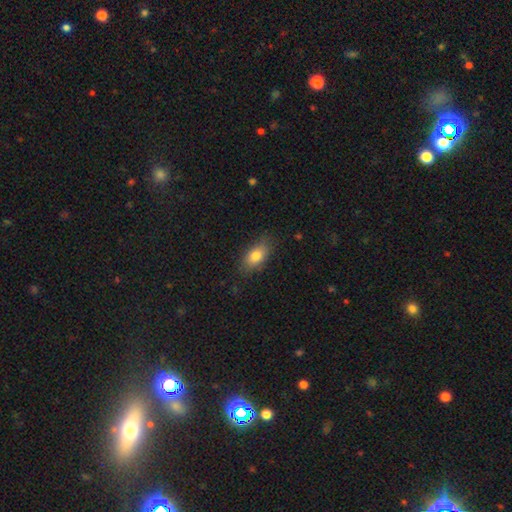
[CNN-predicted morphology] The model was most divided on "merging": none: 80%, minor disturbance: 15%, major disturbance: 4%, merger: 1%. More confident: how rounded — in between (86%); smooth or featured — smooth (79%).